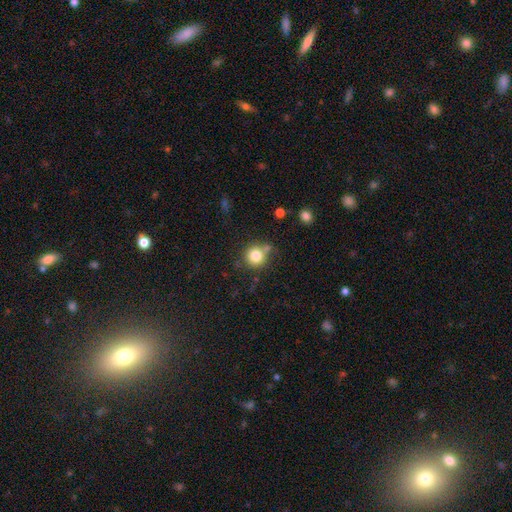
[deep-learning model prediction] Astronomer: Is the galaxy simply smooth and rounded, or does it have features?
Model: smooth — 81%.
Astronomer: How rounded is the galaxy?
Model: round — 92%.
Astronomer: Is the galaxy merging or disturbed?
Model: none — 71%.